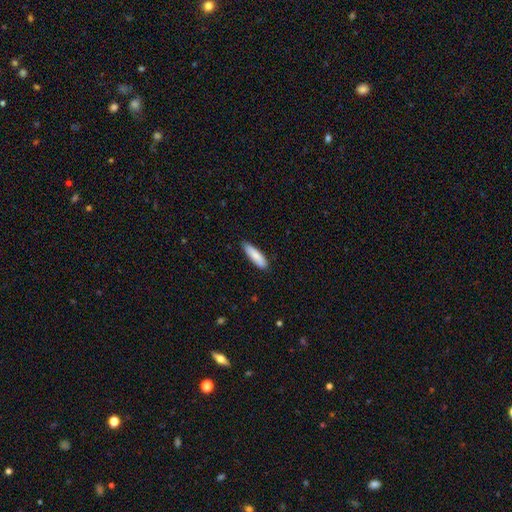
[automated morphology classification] A smooth galaxy with no disk features (85%) that is cigar-shaped (63%). Merging: none (84%).